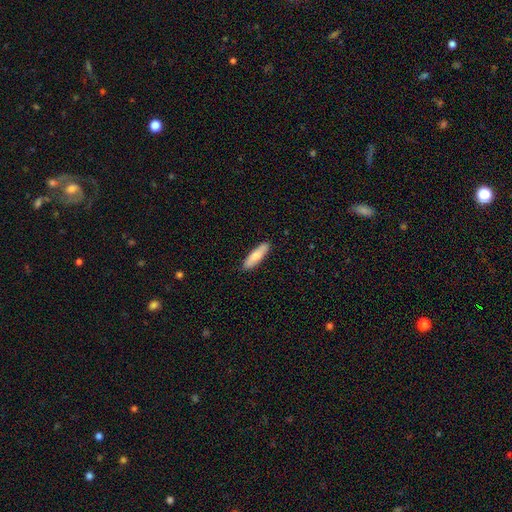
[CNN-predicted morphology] A smooth galaxy with no disk features (75%) that is cigar-shaped (55%). Merging: none (89%).